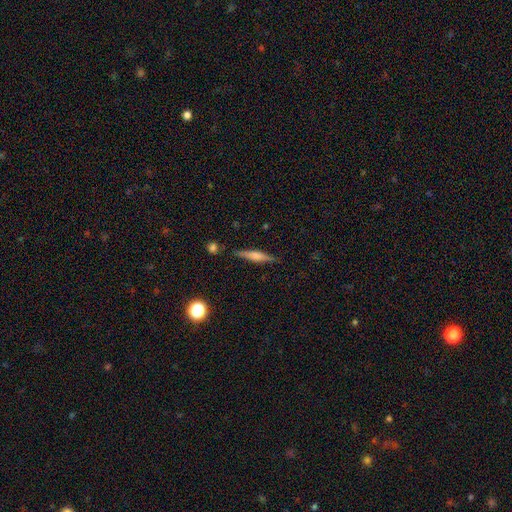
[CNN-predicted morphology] Smooth or featured? Predicted: featured or disk (p=0.53). Edge-on disk? Predicted: yes (p=0.97). Edge-on bulge? Predicted: rounded (p=0.60). Merging? Predicted: none (p=0.86).